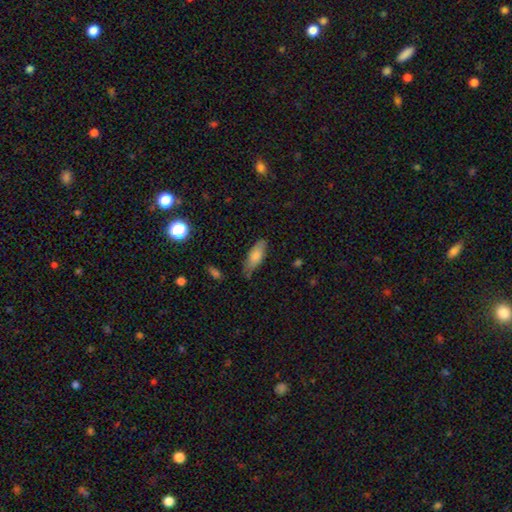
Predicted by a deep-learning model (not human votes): Smooth or featured: smooth — 79% (featured or disk — 15%)
How rounded: in between — 72% (cigar-shaped — 26%)
Merging: none — 68% (minor disturbance — 25%)